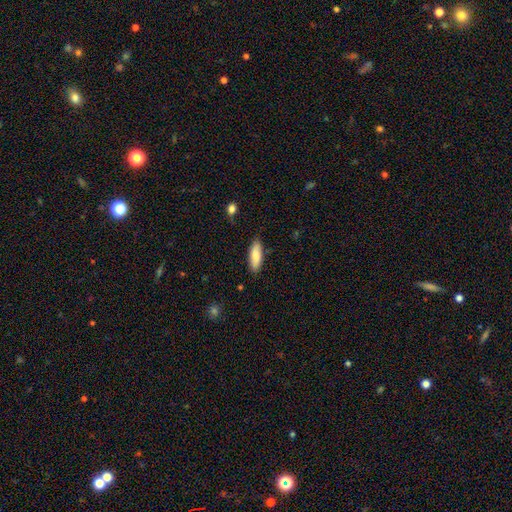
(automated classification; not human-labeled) smooth_or_featured: smooth (p=0.80) [alt: featured or disk p=0.14]
how_rounded: in between (p=0.59) [alt: cigar-shaped p=0.40]
merging: none (p=0.84) [alt: minor disturbance p=0.12]